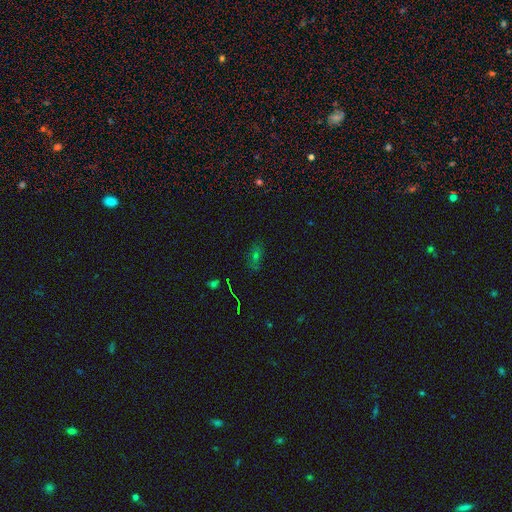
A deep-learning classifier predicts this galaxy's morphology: A smooth galaxy with no disk features (41%). Merging: none (78%).